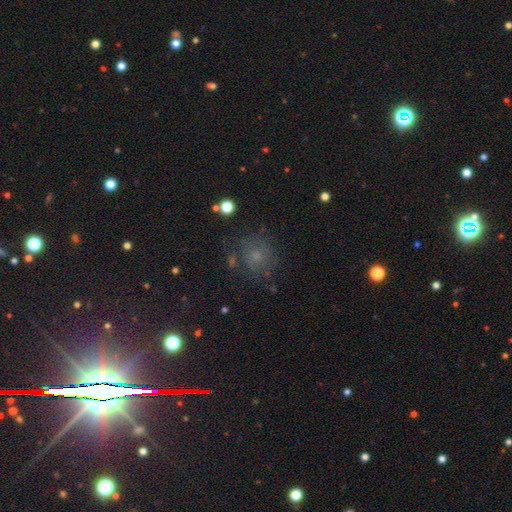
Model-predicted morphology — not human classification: Smooth or featured?
  - smooth: 46% *
  - featured or disk: 27%
  - star or artifact: 27%
Merging?
  - none: 68% *
  - minor disturbance: 17%
  - major disturbance: 11%
  - merger: 4%